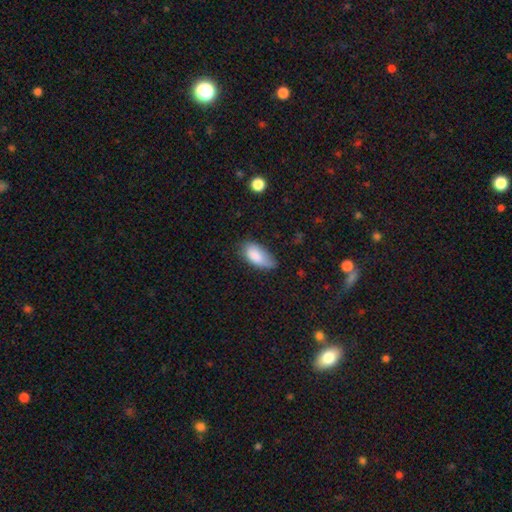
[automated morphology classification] This is clearly a smooth galaxy (85%). How rounded: clearly in between (92%). Merging: possibly none (58%).